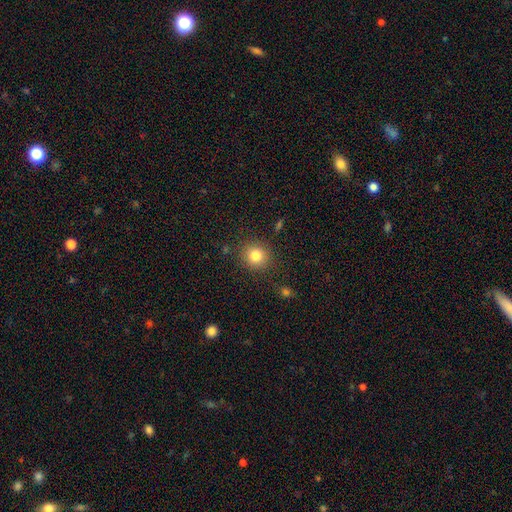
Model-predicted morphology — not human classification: Overall: smooth (82%). How rounded: round (87%). Merging: none (87%).